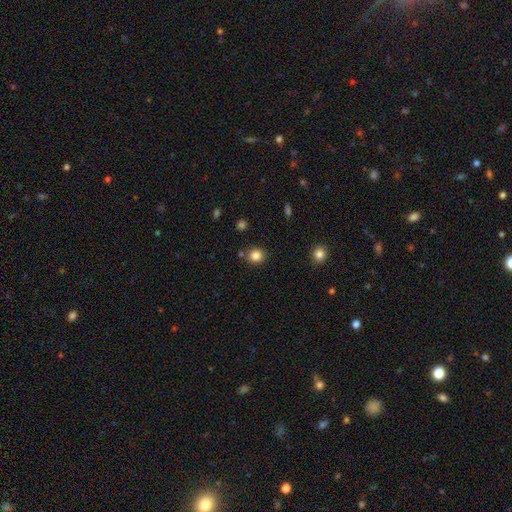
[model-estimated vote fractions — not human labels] A smooth galaxy with no disk features (84%) that is round (85%). Merging: none (85%).